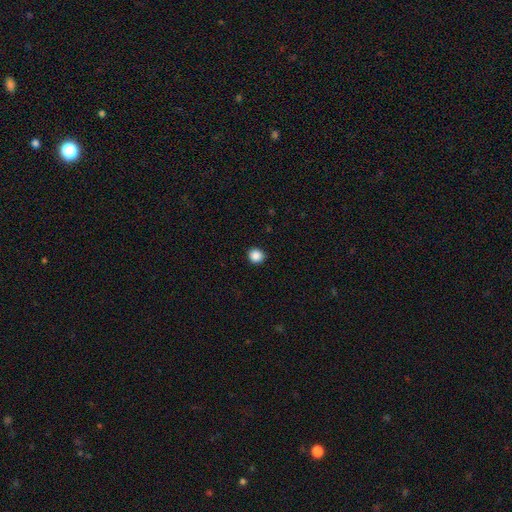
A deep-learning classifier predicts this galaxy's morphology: type=smooth (87%); roundness=round (91%); merging=none (92%).